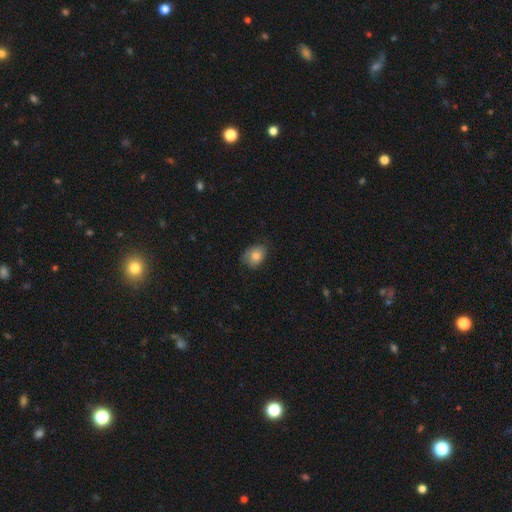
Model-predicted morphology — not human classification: This is clearly a smooth galaxy (81%). How rounded: likely in between (67%). Merging: likely none (65%).